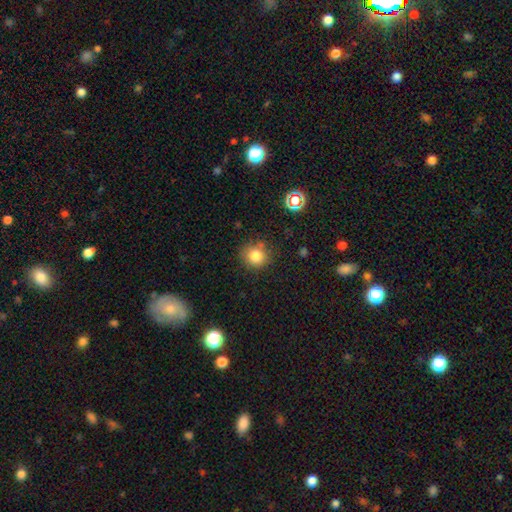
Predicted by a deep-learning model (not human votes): This is clearly a smooth galaxy (81%). How rounded: clearly round (88%). Merging: likely none (80%).